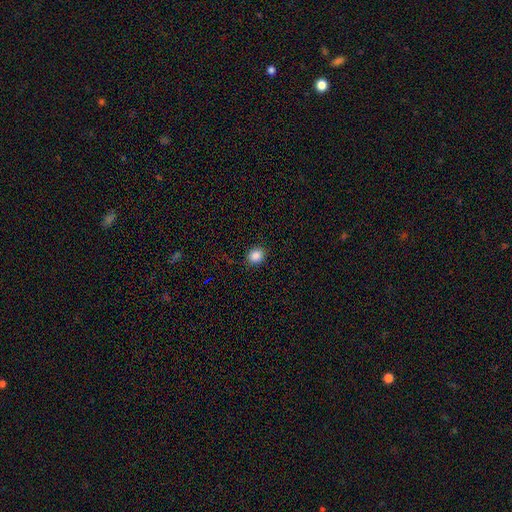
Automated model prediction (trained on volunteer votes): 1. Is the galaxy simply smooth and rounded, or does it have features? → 87% smooth, 10% star or artifact, 3% featured or disk.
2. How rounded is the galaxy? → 72% round, 27% in between, 1% cigar-shaped.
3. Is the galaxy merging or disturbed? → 89% none, 8% minor disturbance, 2% major disturbance, 1% merger.